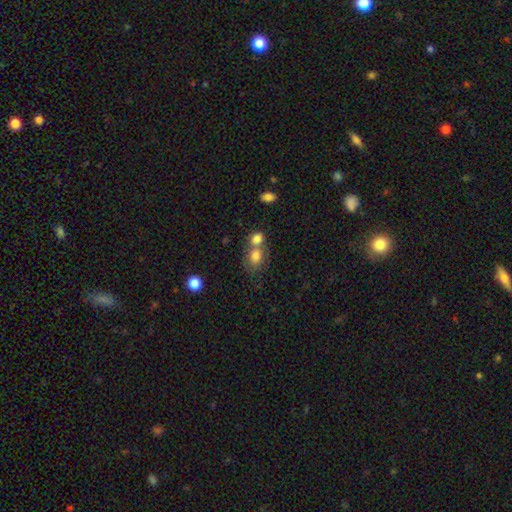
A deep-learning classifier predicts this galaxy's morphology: This is likely a smooth galaxy (79%). How rounded: possibly round (52%). Merging: possibly merger (53%).